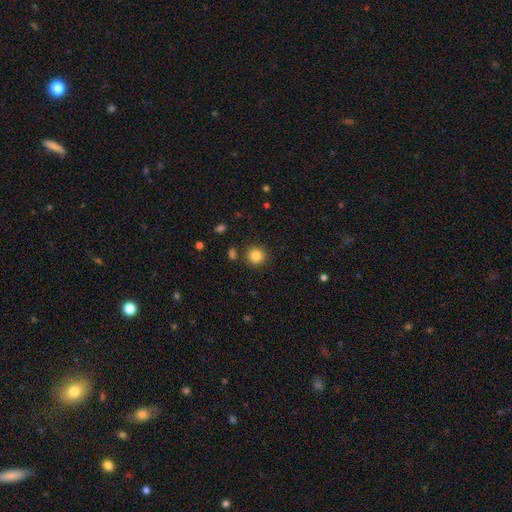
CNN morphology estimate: smooth_or_featured: smooth (p=0.85) [alt: star or artifact p=0.11]
how_rounded: round (p=0.93) [alt: in between p=0.06]
merging: none (p=0.87) [alt: minor disturbance p=0.07]